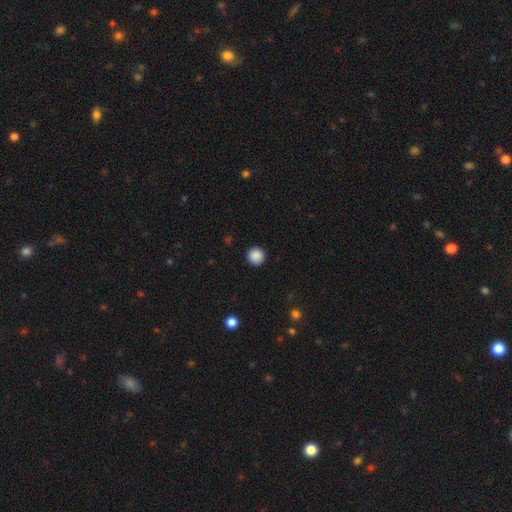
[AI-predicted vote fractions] Morphology: type=smooth (89%); roundness=round (96%); merging=none (93%).